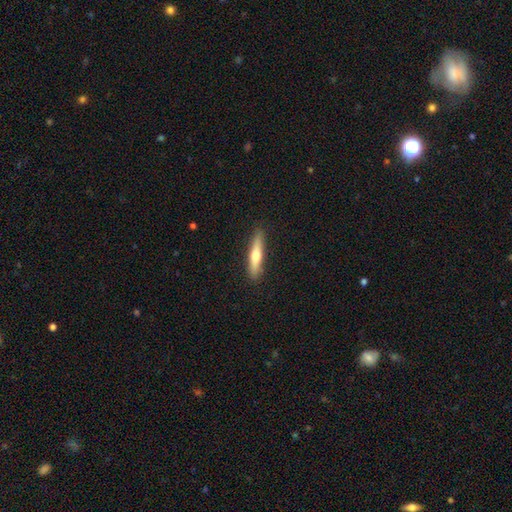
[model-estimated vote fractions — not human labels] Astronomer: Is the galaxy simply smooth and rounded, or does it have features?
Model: smooth — 57% (runner-up: featured or disk, 37%).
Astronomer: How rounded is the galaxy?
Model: cigar-shaped — 88%.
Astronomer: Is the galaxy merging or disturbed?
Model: none — 89%.